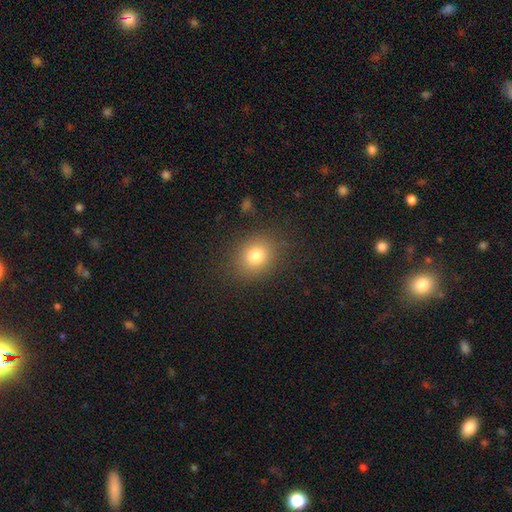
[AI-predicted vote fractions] smooth-or-featured: smooth: 79% | star or artifact: 13% | featured or disk: 9%
  how-rounded: round: 64% | in between: 35% | cigar-shaped: 1%
  merging: none: 85% | minor disturbance: 10% | major disturbance: 4% | merger: 1%